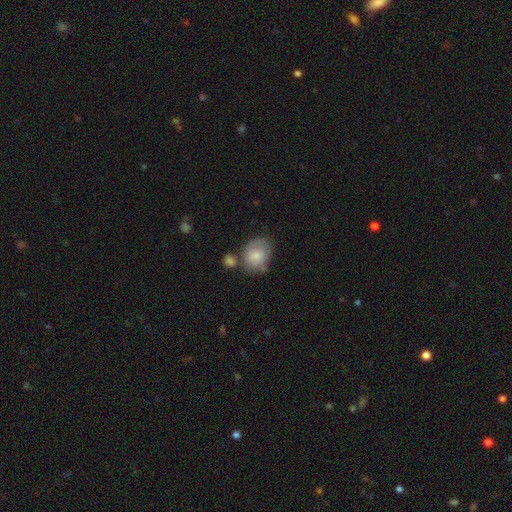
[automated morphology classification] smooth 77%, featured or disk 16%, star or artifact 7%. Down the decision tree: how rounded — in between (58%); merging — none (50%).